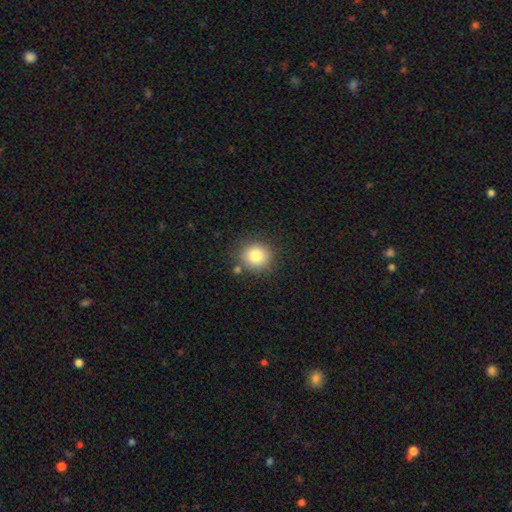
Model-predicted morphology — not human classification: Overall: smooth (82%). How rounded: round (89%). Merging: none (81%).